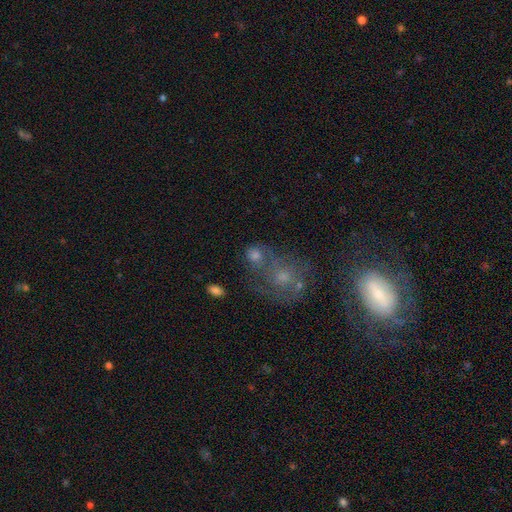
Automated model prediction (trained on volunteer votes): A smooth galaxy with no disk features (48%). Merging: none (39%).